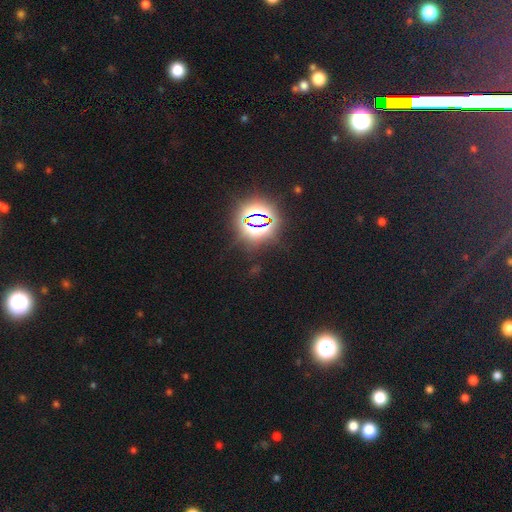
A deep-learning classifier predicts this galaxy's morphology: star or artifact 79%, smooth 13%, featured or disk 7%.